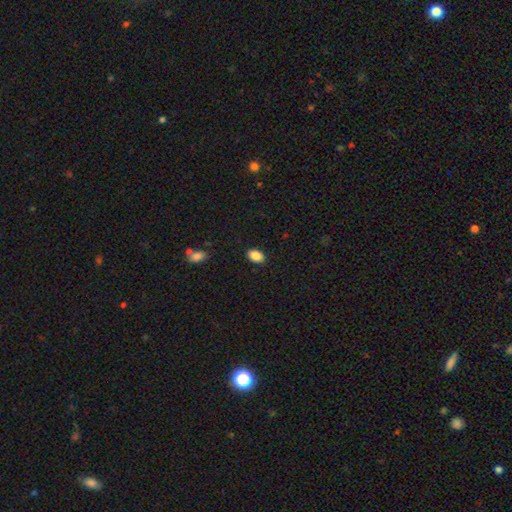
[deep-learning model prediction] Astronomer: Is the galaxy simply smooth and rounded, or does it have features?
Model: smooth — 87%.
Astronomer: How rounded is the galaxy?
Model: in between — 88%.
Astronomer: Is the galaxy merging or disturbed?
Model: none — 89%.